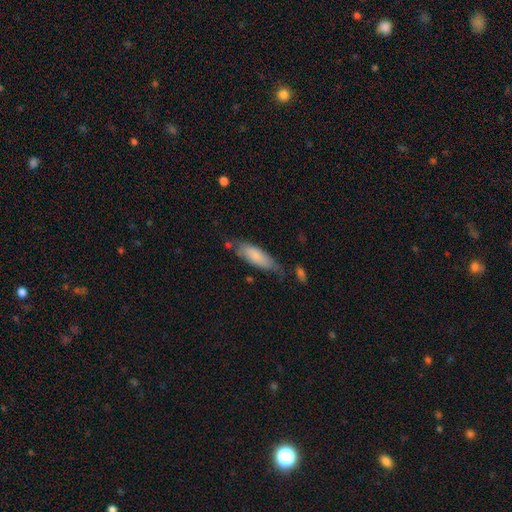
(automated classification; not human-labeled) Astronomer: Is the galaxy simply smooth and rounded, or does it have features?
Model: smooth — 76%.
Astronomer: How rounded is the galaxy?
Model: in between — 59% (runner-up: cigar-shaped, 39%).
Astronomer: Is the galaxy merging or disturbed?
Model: none — 53% (runner-up: minor disturbance, 31%).